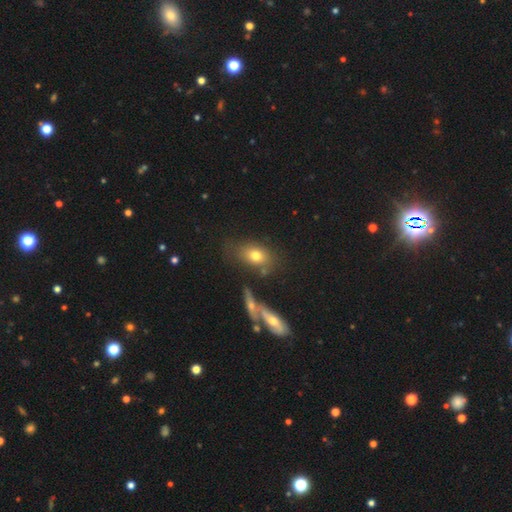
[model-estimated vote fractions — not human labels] Q: Smooth or featured?
A: smooth (73%); runner-up: featured or disk (17%)
Q: How rounded?
A: in between (77%); runner-up: round (19%)
Q: Merging?
A: none (64%); runner-up: minor disturbance (16%)